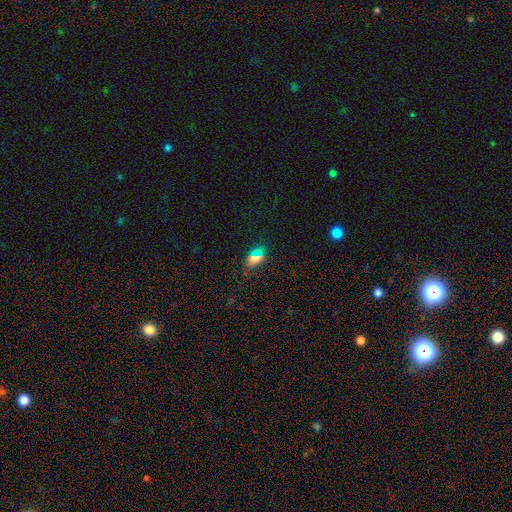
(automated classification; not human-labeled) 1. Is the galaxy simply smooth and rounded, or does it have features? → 67% smooth, 23% star or artifact, 10% featured or disk.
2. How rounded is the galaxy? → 79% in between, 15% round, 5% cigar-shaped.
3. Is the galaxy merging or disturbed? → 85% none, 10% minor disturbance, 3% major disturbance, 2% merger.